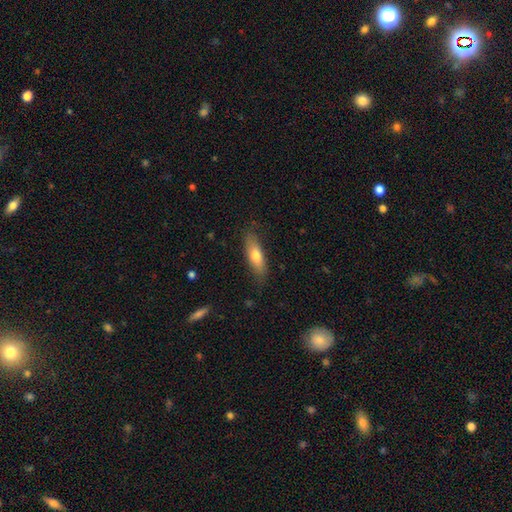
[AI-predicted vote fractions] Morphology: type=smooth (71%); roundness=in between (57%); merging=none (81%).